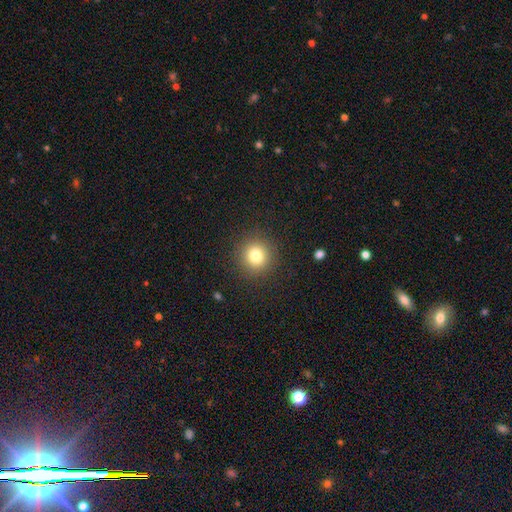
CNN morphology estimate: Smooth or featured? smooth (80%)
How rounded? round (93%)
Merging? none (90%)